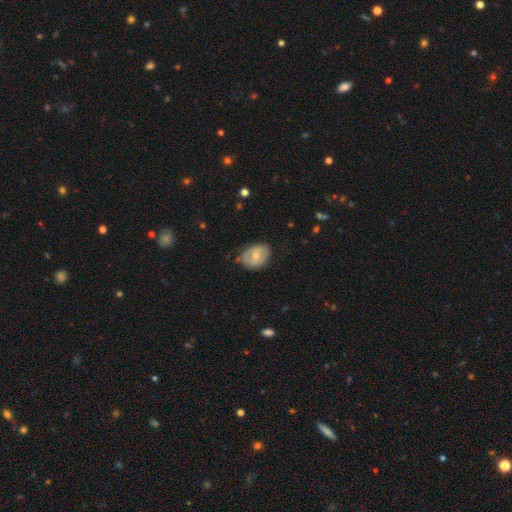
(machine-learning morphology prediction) smooth 54%, featured or disk 39%, star or artifact 7%. Down the decision tree: how rounded — in between (72%); merging — none (64%).